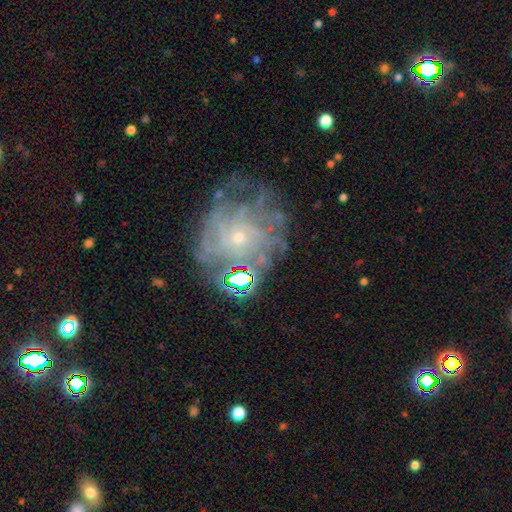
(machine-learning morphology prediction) Overall: featured or disk (64%). Edge-on disk: no (96%). Bar: no (80%). Spiral arms: yes (79%). Bulge size: small (81%). Merging: none (67%).